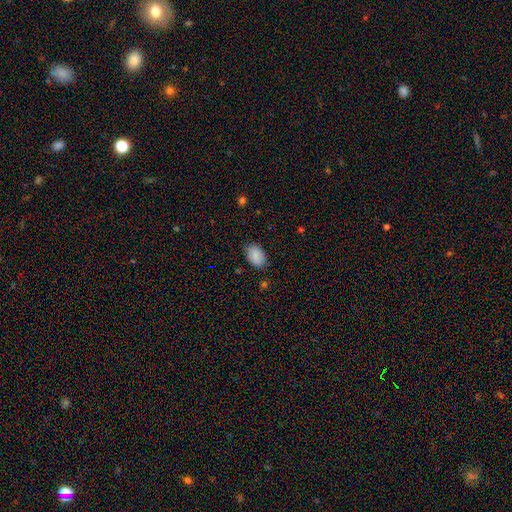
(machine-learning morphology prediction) A smooth galaxy with no disk features (89%) that is in between round and cigar-shaped (87%).

Vote fractions:
- Smooth or featured? smooth: 89% / star or artifact: 7% / featured or disk: 4%
- How rounded? in between: 87% / round: 12% / cigar-shaped: 1%
- Merging? none: 82% / minor disturbance: 14% / major disturbance: 3% / merger: 1%